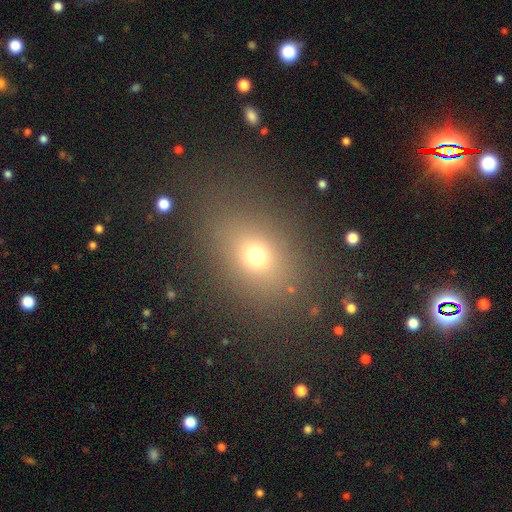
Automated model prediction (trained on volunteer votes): smooth_or_featured: smooth (p=0.68) [alt: star or artifact p=0.20]
how_rounded: in between (p=0.55) [alt: round p=0.42]
merging: none (p=0.81) [alt: minor disturbance p=0.10]